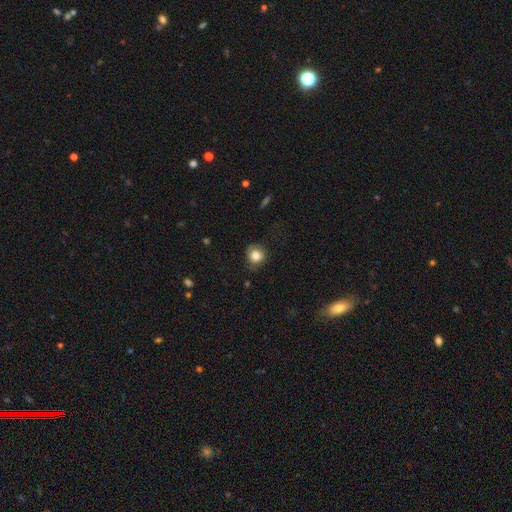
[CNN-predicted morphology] A smooth galaxy with no disk features (80%) that is round (83%).

Vote fractions:
- Smooth or featured? smooth: 80% / featured or disk: 10% / star or artifact: 10%
- How rounded? round: 83% / in between: 16% / cigar-shaped: 1%
- Merging? none: 72% / minor disturbance: 20% / major disturbance: 6% / merger: 1%